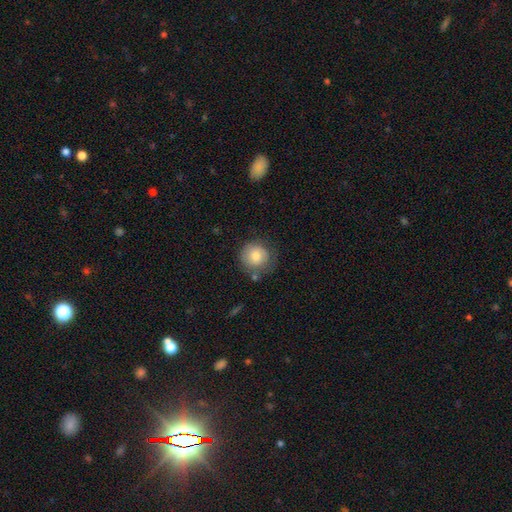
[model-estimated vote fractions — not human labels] Overall: smooth (76%). How rounded: round (91%). Merging: none (66%).